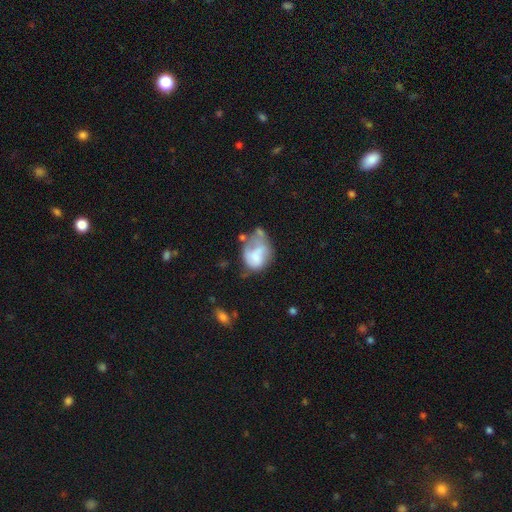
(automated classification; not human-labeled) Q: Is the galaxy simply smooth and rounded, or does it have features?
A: smooth — 53%.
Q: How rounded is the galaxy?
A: in between — 62%.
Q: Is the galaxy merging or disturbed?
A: major disturbance — 34%.